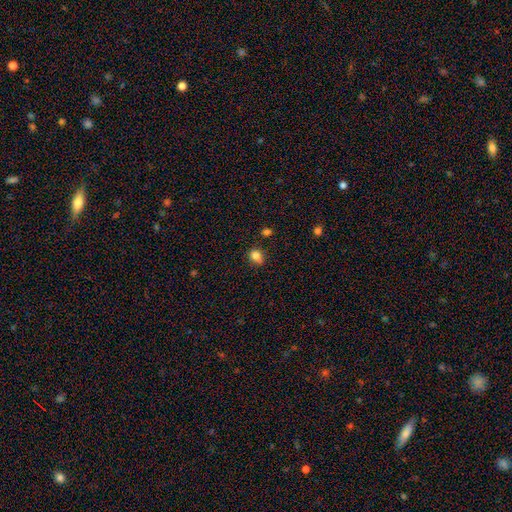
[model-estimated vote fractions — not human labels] smooth_or_featured: smooth (p=0.82) [alt: star or artifact p=0.12]
how_rounded: round (p=0.62) [alt: in between p=0.36]
merging: none (p=0.65) [alt: minor disturbance p=0.24]